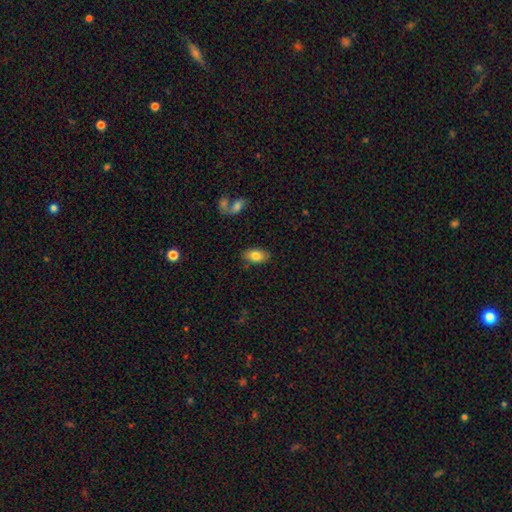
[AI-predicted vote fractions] smooth-or-featured: smooth: 81% | featured or disk: 12% | star or artifact: 7%
  how-rounded: in between: 92% | round: 7% | cigar-shaped: 2%
  merging: none: 84% | minor disturbance: 11% | major disturbance: 3% | merger: 3%